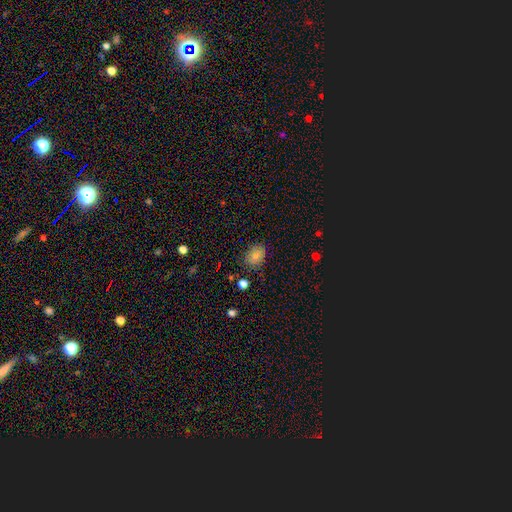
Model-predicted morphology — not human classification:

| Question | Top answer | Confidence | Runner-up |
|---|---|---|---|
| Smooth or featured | smooth | 81% | star or artifact (10%) |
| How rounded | in between | 74% | round (25%) |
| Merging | none | 77% | minor disturbance (17%) |